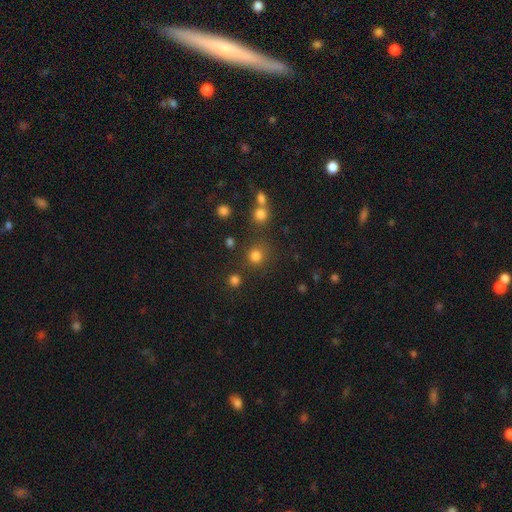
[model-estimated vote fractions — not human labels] This appears to be a smooth galaxy with no disk features (78%) that is round (90%). Merging: none (76%).